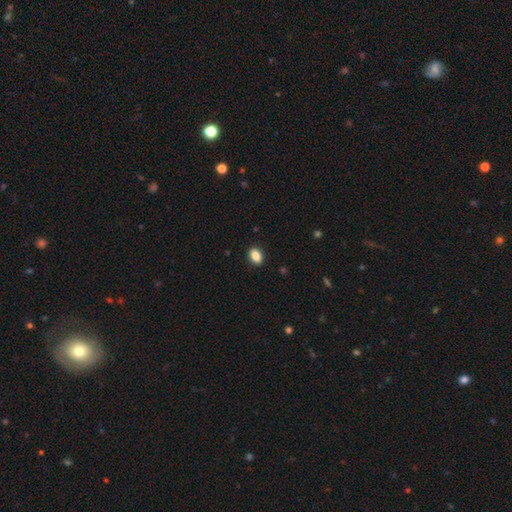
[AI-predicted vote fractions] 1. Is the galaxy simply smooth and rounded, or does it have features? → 88% smooth, 8% star or artifact, 4% featured or disk.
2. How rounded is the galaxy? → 86% in between, 12% round, 2% cigar-shaped.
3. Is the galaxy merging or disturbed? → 90% none, 8% minor disturbance, 2% major disturbance, 1% merger.